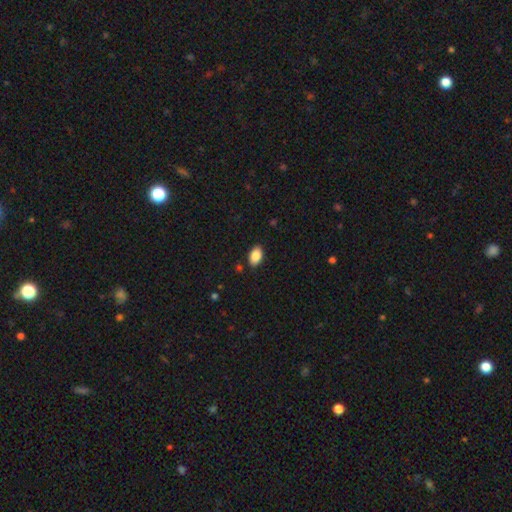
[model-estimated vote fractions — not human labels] Smooth or featured?
  - smooth: 87% *
  - star or artifact: 8%
  - featured or disk: 6%
How rounded?
  - in between: 92% *
  - round: 6%
  - cigar-shaped: 2%
Merging?
  - none: 87% *
  - minor disturbance: 9%
  - major disturbance: 2%
  - merger: 1%